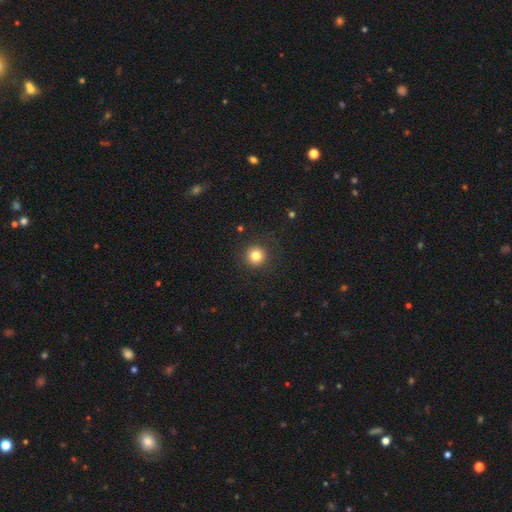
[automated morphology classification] Q: Smooth or featured?
A: smooth (82%); runner-up: star or artifact (12%)
Q: How rounded?
A: round (95%); runner-up: in between (4%)
Q: Merging?
A: none (90%); runner-up: minor disturbance (6%)